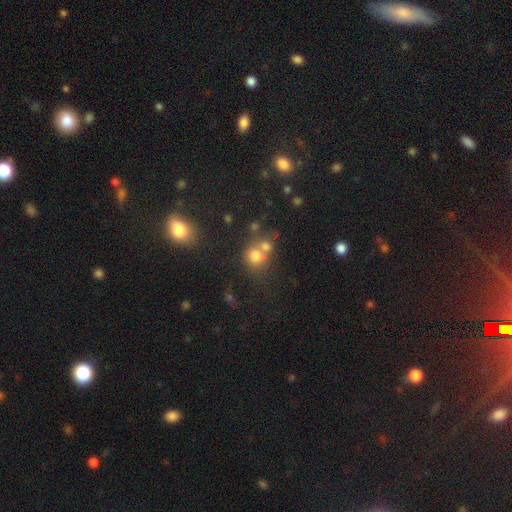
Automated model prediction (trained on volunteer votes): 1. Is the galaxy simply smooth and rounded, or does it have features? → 71% smooth, 16% star or artifact, 13% featured or disk.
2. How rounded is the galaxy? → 81% round, 18% in between, 1% cigar-shaped.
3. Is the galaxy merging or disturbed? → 49% merger, 39% none, 8% minor disturbance, 4% major disturbance.